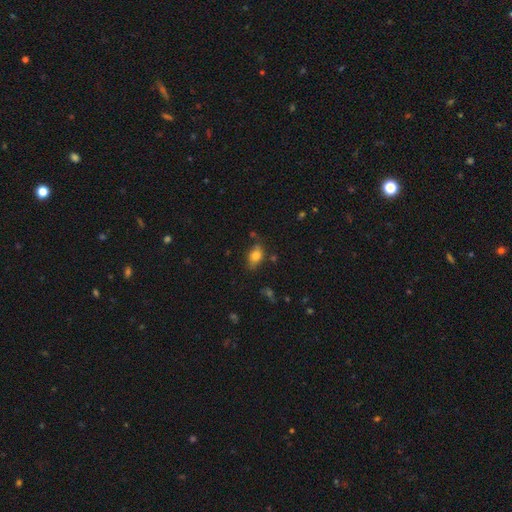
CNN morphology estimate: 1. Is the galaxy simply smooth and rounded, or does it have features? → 78% smooth, 13% featured or disk, 9% star or artifact.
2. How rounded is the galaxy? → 83% in between, 14% round, 3% cigar-shaped.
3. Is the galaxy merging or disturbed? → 73% none, 20% minor disturbance, 4% major disturbance, 3% merger.